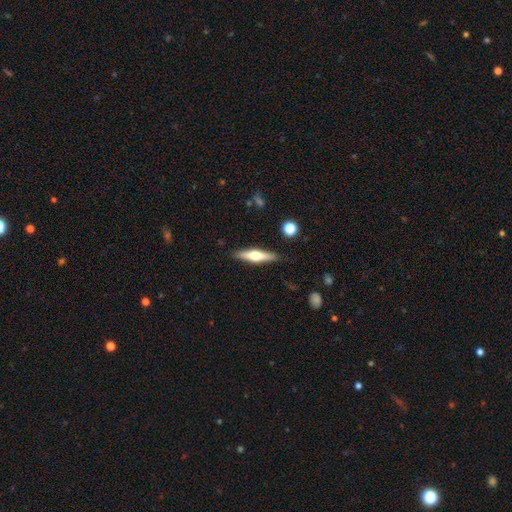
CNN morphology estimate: type=featured or disk (54%); edge-on=yes (95%); edge-on bulge=rounded (92%); merging=none (88%).